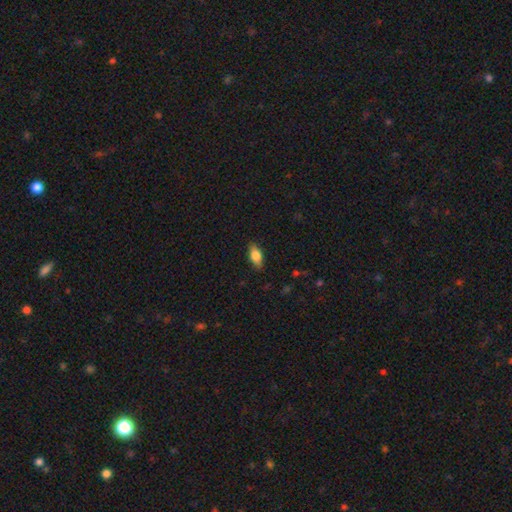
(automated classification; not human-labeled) Q: Smooth or featured?
A: smooth (72%); runner-up: featured or disk (20%)
Q: How rounded?
A: in between (84%); runner-up: cigar-shaped (12%)
Q: Merging?
A: none (85%); runner-up: minor disturbance (11%)